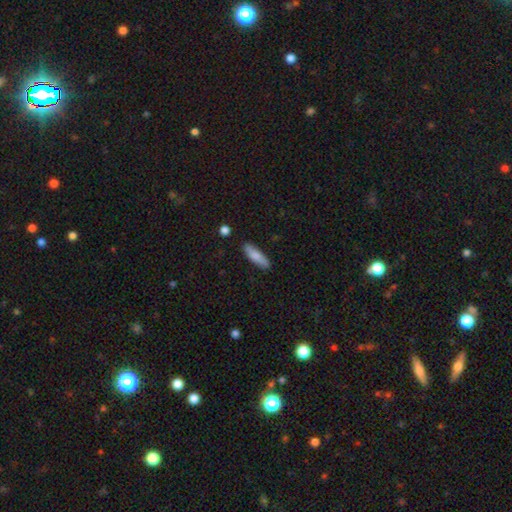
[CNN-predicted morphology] Smooth or featured?
  - smooth: 80% *
  - featured or disk: 14%
  - star or artifact: 6%
How rounded?
  - cigar-shaped: 60% *
  - in between: 38%
  - round: 2%
Merging?
  - none: 86% *
  - minor disturbance: 10%
  - major disturbance: 2%
  - merger: 2%